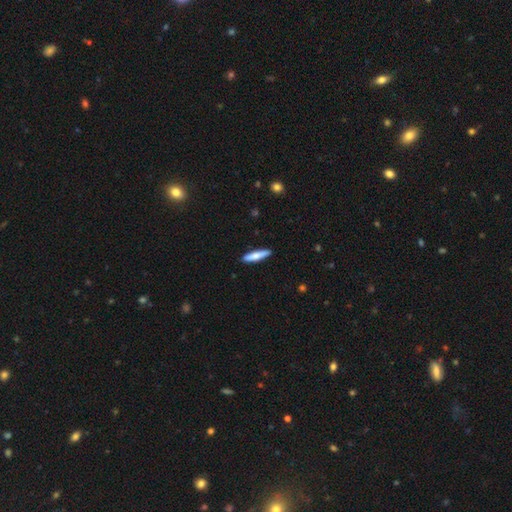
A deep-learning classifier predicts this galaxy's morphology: Smooth or featured?
  - smooth: 73% *
  - featured or disk: 22%
  - star or artifact: 5%
How rounded?
  - cigar-shaped: 84% *
  - in between: 14%
  - round: 1%
Merging?
  - none: 89% *
  - minor disturbance: 8%
  - major disturbance: 1%
  - merger: 1%